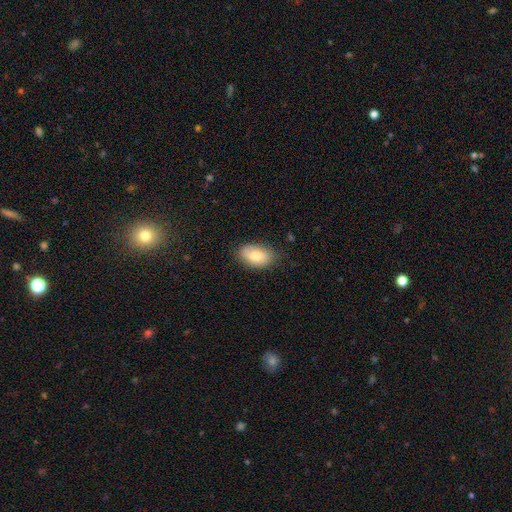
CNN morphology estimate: type=smooth (75%); roundness=in between (91%); merging=none (77%).